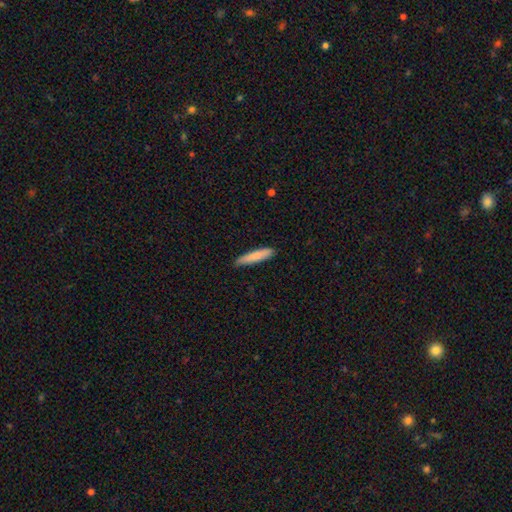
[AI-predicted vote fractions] A smooth galaxy with no disk features (82%) that is cigar-shaped (88%).

Vote fractions:
- Smooth or featured? smooth: 82% / featured or disk: 12% / star or artifact: 6%
- How rounded? cigar-shaped: 88% / in between: 11% / round: 1%
- Merging? none: 85% / minor disturbance: 12% / major disturbance: 2% / merger: 1%